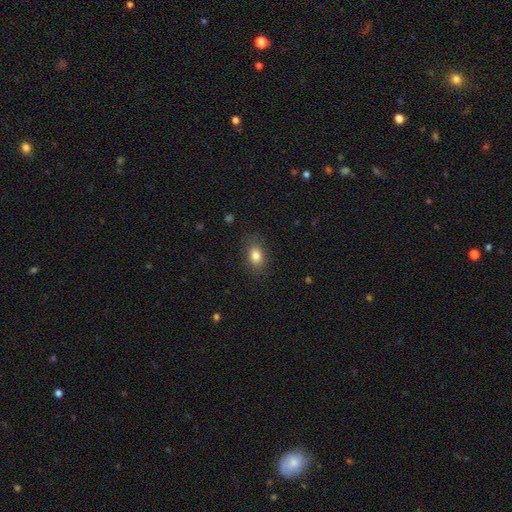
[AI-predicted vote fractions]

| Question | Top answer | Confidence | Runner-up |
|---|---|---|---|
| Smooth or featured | smooth | 82% | star or artifact (9%) |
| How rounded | in between | 77% | round (21%) |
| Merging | none | 82% | minor disturbance (13%) |